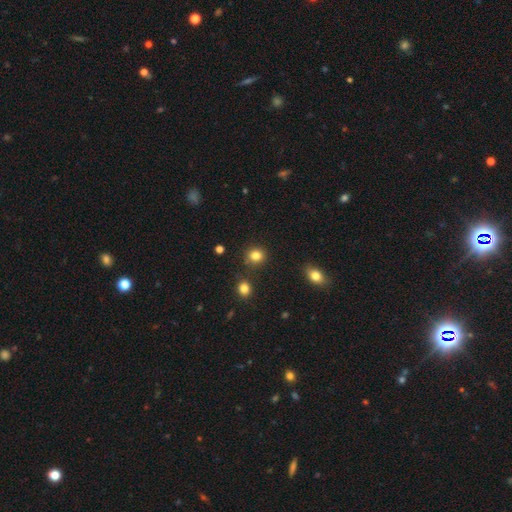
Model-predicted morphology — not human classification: Smooth or featured? Predicted: smooth (p=0.83). How rounded? Predicted: round (p=0.84). Merging? Predicted: none (p=0.84).